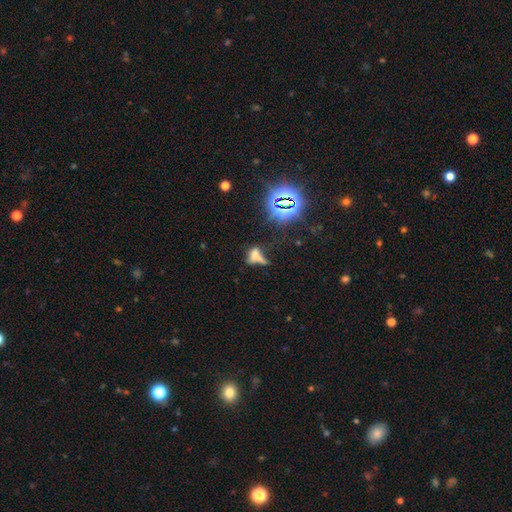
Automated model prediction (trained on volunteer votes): A smooth galaxy with no disk features (46%). Merging: merger (30%).